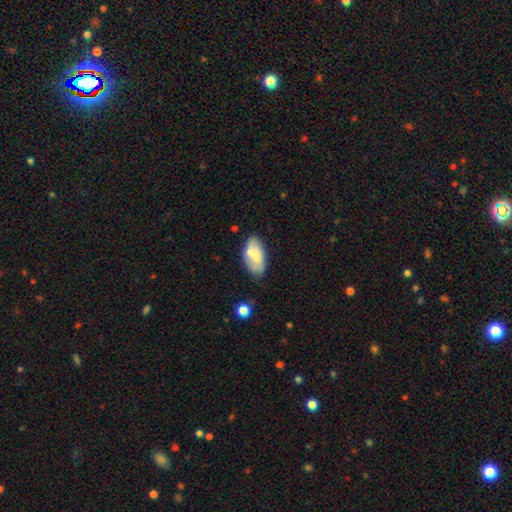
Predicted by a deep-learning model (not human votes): A smooth galaxy with no disk features (62%) that is in between round and cigar-shaped (93%). Merging: none (58%).